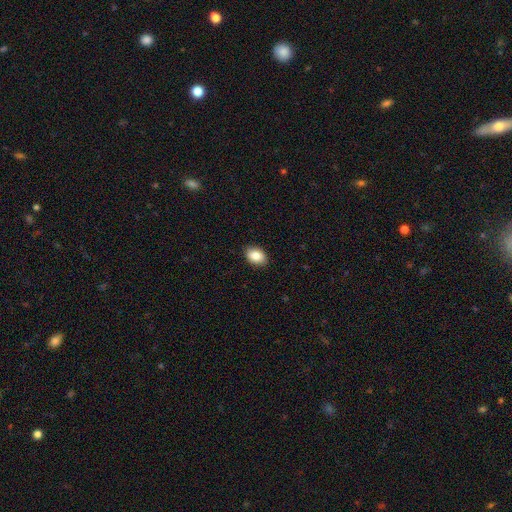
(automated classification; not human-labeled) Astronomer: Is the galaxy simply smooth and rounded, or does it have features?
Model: smooth — 85%.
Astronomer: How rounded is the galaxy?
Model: in between — 82%.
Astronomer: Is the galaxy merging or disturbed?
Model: none — 89%.